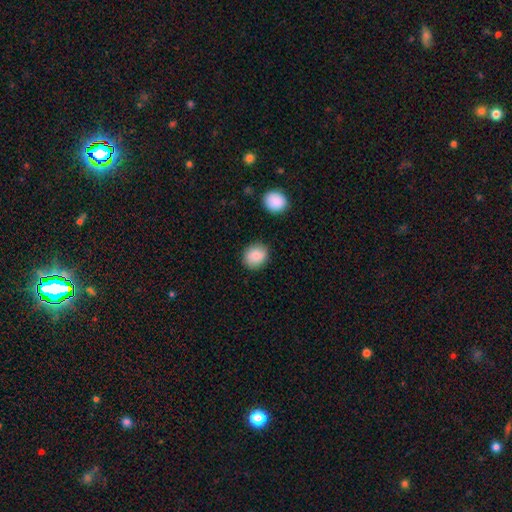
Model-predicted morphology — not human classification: This is clearly a smooth galaxy (85%). How rounded: likely round (77%). Merging: clearly none (85%).